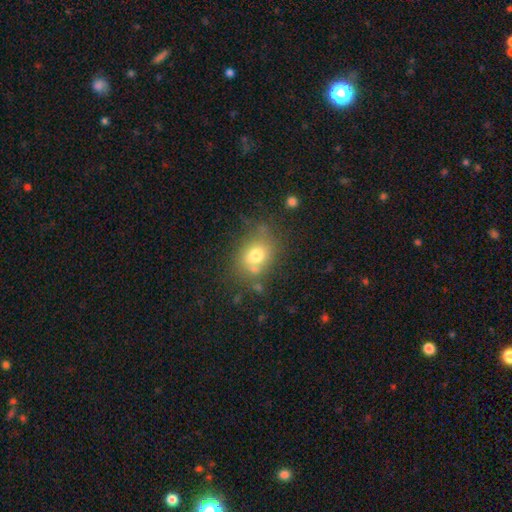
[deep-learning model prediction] A smooth galaxy with no disk features (73%) that is round (52%). Merging: none (64%).